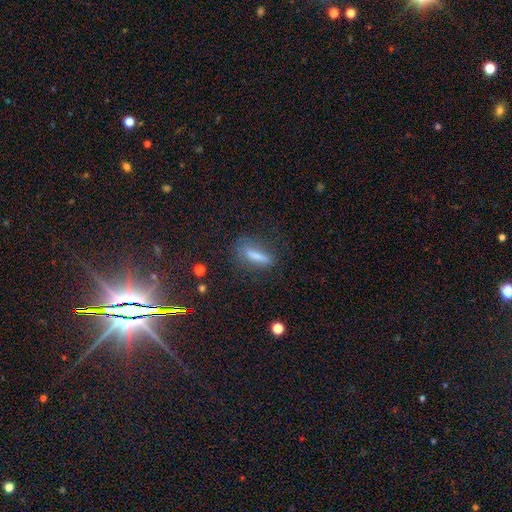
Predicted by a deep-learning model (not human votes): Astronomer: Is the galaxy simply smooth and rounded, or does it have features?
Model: smooth — 61%.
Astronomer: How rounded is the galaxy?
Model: cigar-shaped — 68%.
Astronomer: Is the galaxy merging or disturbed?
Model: none — 64%.